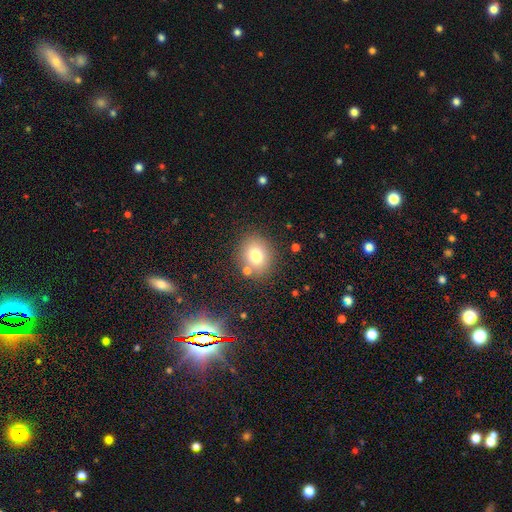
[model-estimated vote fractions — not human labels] Smooth or featured: smooth — 75% (star or artifact — 13%)
How rounded: round — 69% (in between — 30%)
Merging: none — 77% (minor disturbance — 11%)